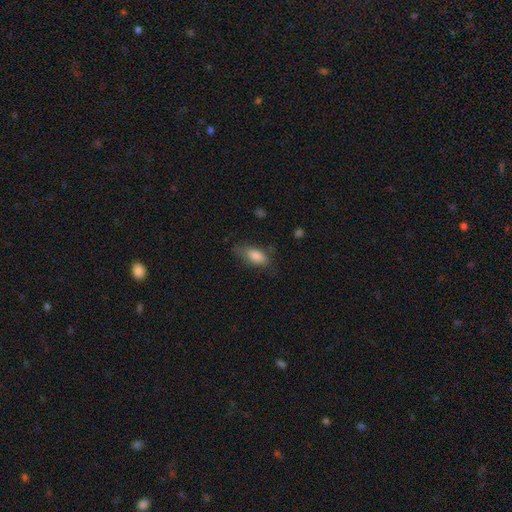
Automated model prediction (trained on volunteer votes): A smooth galaxy with no disk features (80%) that is in between round and cigar-shaped (80%).

Vote fractions:
- Smooth or featured? smooth: 80% / featured or disk: 12% / star or artifact: 8%
- How rounded? in between: 80% / cigar-shaped: 16% / round: 4%
- Merging? none: 62% / minor disturbance: 26% / major disturbance: 10% / merger: 2%